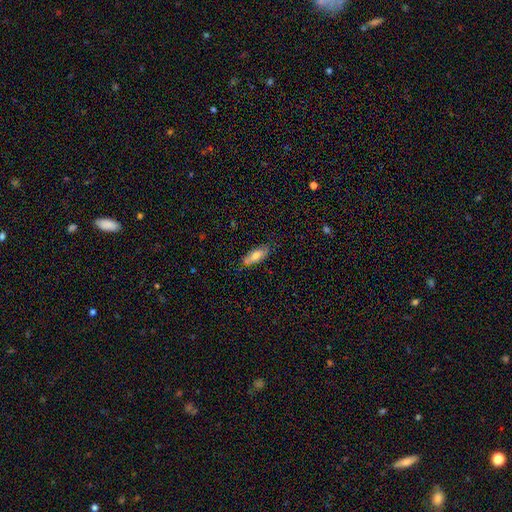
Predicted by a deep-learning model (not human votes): Morphology: type=smooth (74%); roundness=in between (73%); merging=none (76%).